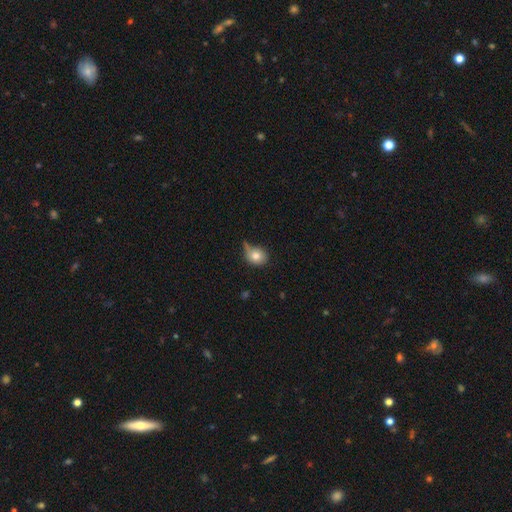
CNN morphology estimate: A smooth galaxy with no disk features (77%) that is round (62%). Merging: none (45%).